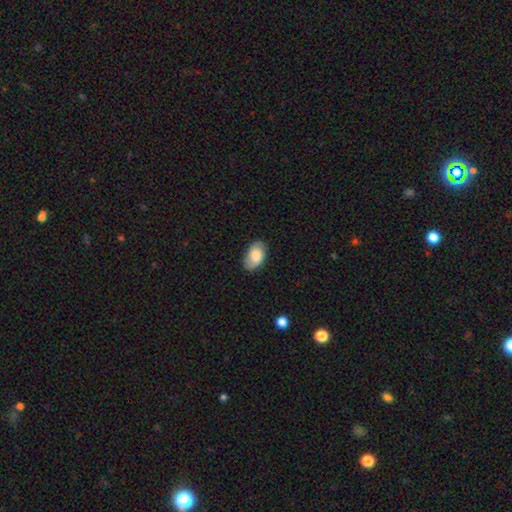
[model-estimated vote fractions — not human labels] Q: Smooth or featured?
A: smooth (72%); runner-up: featured or disk (21%)
Q: How rounded?
A: in between (92%); runner-up: round (7%)
Q: Merging?
A: none (80%); runner-up: minor disturbance (15%)